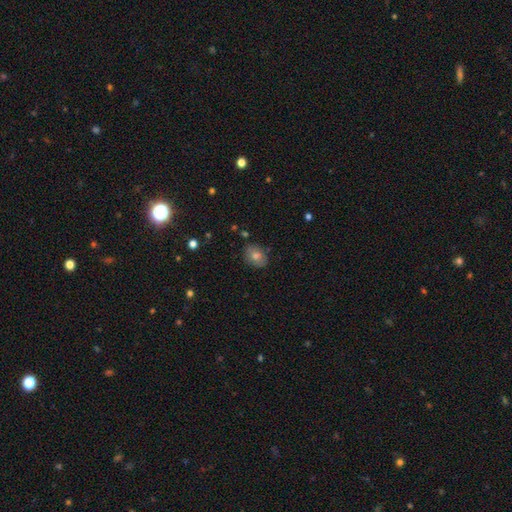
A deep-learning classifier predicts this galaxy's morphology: Smooth or featured: smooth — 72% (featured or disk — 14%)
How rounded: in between — 57% (round — 42%)
Merging: none — 84% (minor disturbance — 12%)